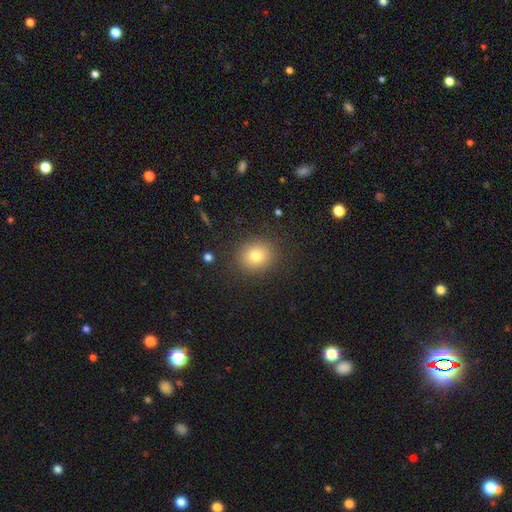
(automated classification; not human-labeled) smooth 79%, star or artifact 12%, featured or disk 9%. Down the decision tree: how rounded — round (81%); merging — none (88%).